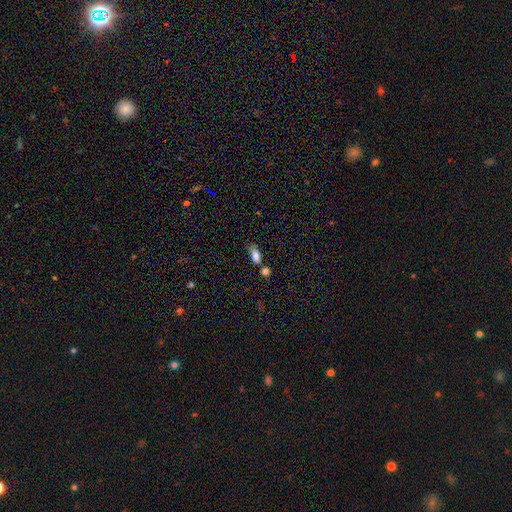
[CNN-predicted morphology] This is clearly a smooth galaxy (82%). How rounded: clearly in between (85%). Merging: possibly none (47%).